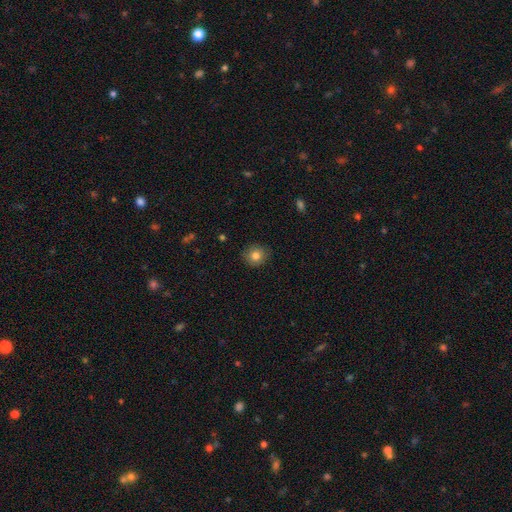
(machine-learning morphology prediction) Smooth or featured? smooth (80%)
How rounded? round (88%)
Merging? none (87%)